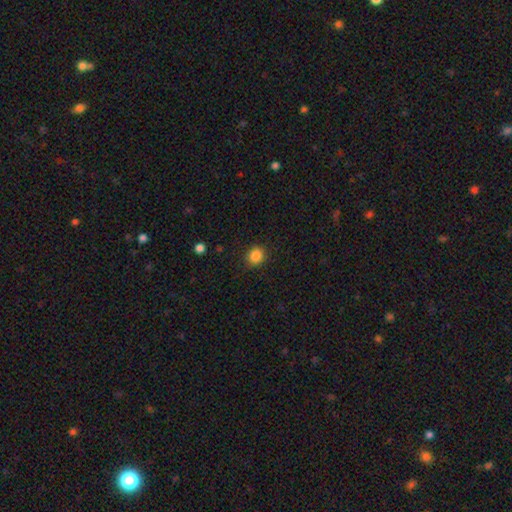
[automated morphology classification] This is clearly a smooth galaxy (86%). How rounded: likely round (78%). Merging: clearly none (88%).